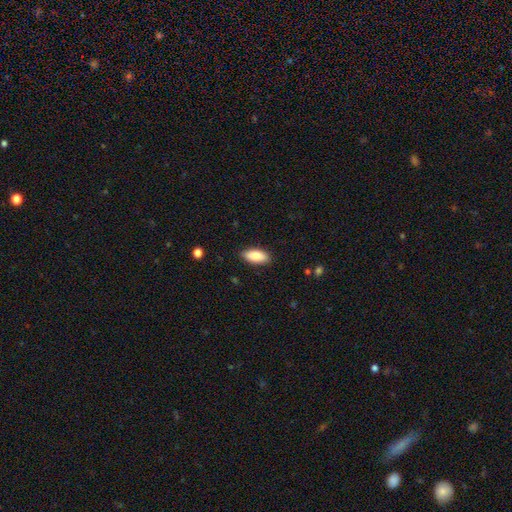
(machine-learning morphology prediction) Smooth or featured? smooth (87%)
How rounded? in between (90%)
Merging? none (87%)